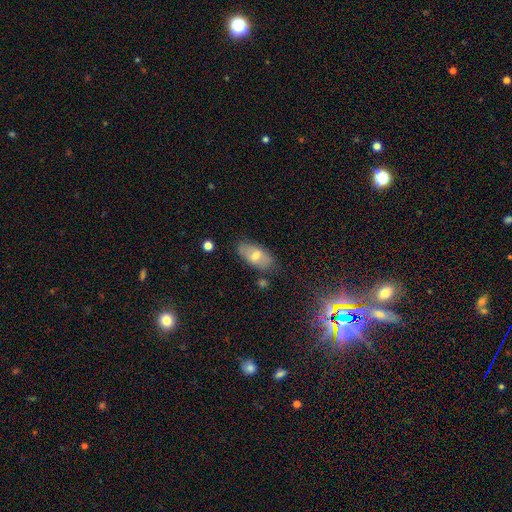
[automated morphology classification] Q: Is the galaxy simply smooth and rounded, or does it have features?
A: smooth — 58%.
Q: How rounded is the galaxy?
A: in between — 90%.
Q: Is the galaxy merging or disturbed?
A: none — 80%.